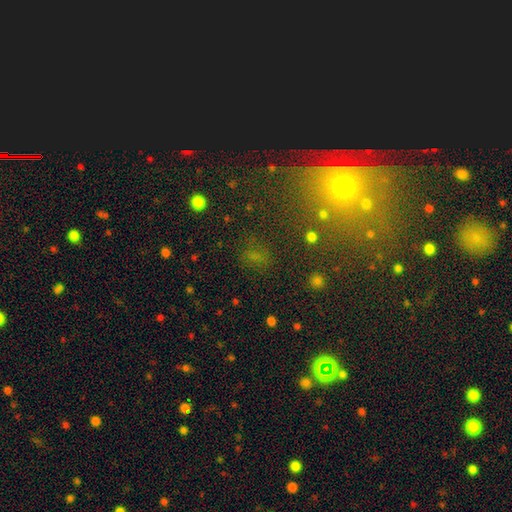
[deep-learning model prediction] A smooth galaxy with no disk features (49%).

Vote fractions:
- Smooth or featured? smooth: 49% / star or artifact: 38% / featured or disk: 13%
- Merging? none: 72% / minor disturbance: 14% / major disturbance: 10% / merger: 4%